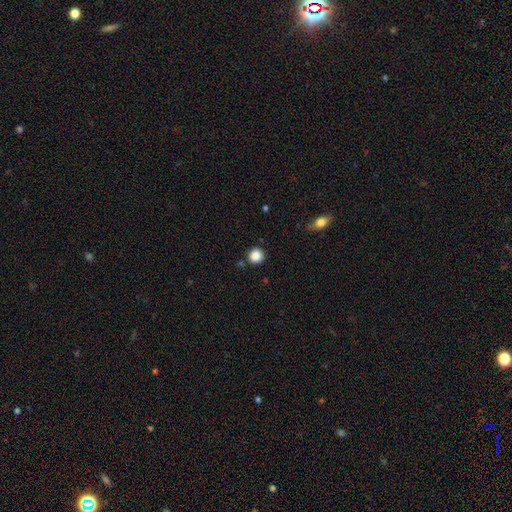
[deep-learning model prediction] smooth 87%, star or artifact 10%, featured or disk 3%. Down the decision tree: how rounded — round (94%); merging — none (87%).